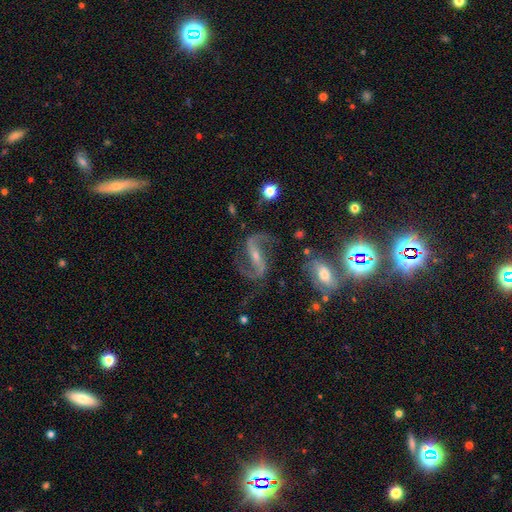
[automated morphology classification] Smooth or featured? Predicted: featured or disk (p=0.88). Edge-on disk? Predicted: no (p=0.96). Bar? Predicted: strong (p=0.56). Spiral arms? Predicted: yes (p=0.97). Spiral winding? Predicted: loose (p=0.46). Spiral arm count? Predicted: 2 (p=0.92). Bulge size? Predicted: small (p=0.63). Merging? Predicted: none (p=0.74).